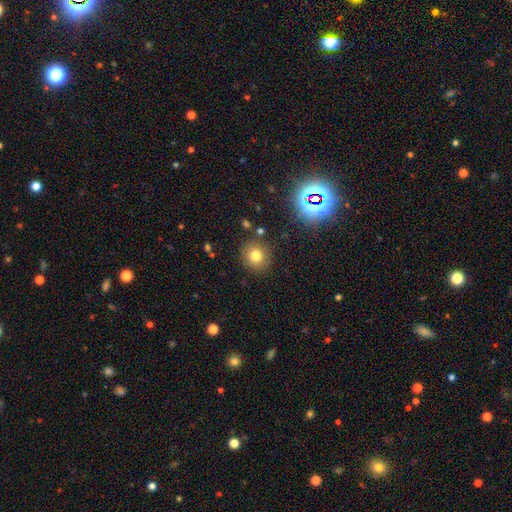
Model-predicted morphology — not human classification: The model was most divided on "smooth or featured": smooth: 76%, star or artifact: 15%, featured or disk: 9%. More confident: how rounded — round (88%); merging — none (87%).